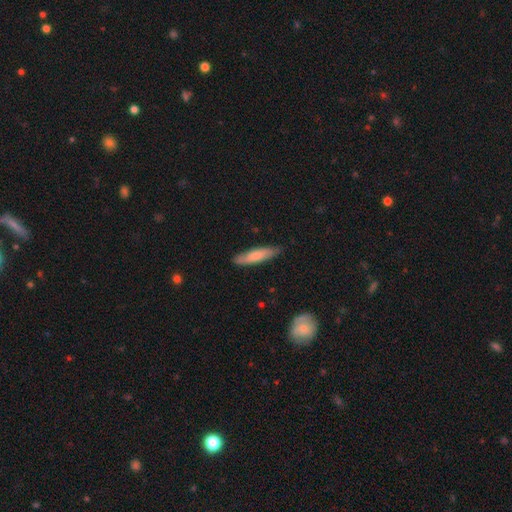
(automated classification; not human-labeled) Smooth or featured?
  - smooth: 73% *
  - featured or disk: 22%
  - star or artifact: 5%
How rounded?
  - cigar-shaped: 73% *
  - in between: 26%
  - round: 1%
Merging?
  - none: 80% *
  - minor disturbance: 16%
  - major disturbance: 2%
  - merger: 1%